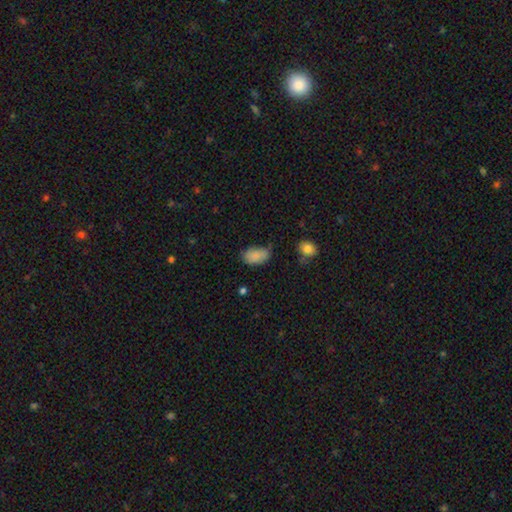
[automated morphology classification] This is clearly a smooth galaxy (84%). How rounded: clearly in between (91%). Merging: possibly none (56%).